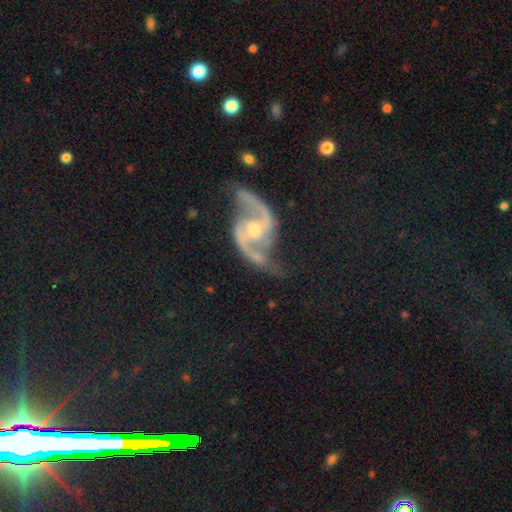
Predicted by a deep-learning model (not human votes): A featured or disk galaxy (92%) with a weak bar (43%), 2 (94%) medium (45%, tied with loose) spiral arms (98%) and a moderate central bulge (64%). Merging: none (68%).